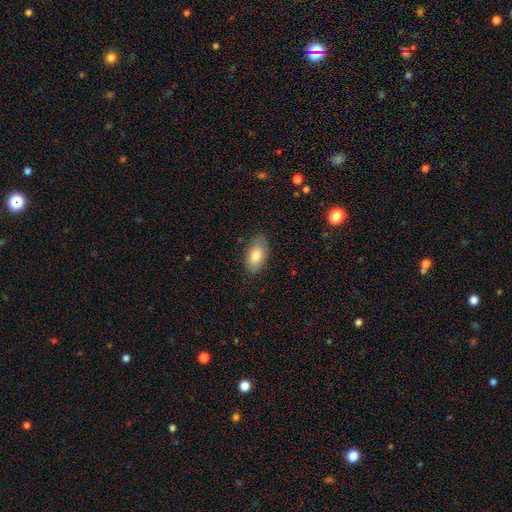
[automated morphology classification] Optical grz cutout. It shows a smooth galaxy with no disk features (81%) that is in between round and cigar-shaped (93%). Merging: none (79%).